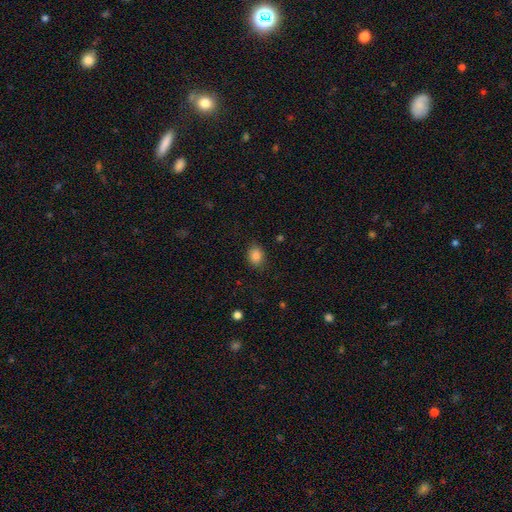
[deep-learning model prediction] smooth-or-featured: smooth: 86% | star or artifact: 10% | featured or disk: 5%
  how-rounded: in between: 59% | round: 40% | cigar-shaped: 1%
  merging: none: 84% | minor disturbance: 12% | major disturbance: 3% | merger: 1%